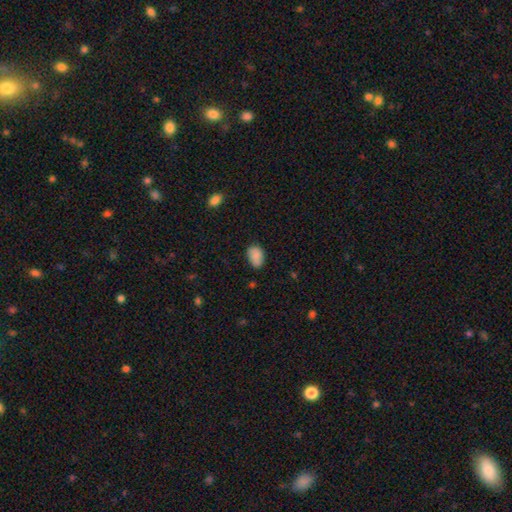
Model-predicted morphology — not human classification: smooth-or-featured: smooth: 86% | star or artifact: 8% | featured or disk: 6%
  how-rounded: in between: 87% | round: 12% | cigar-shaped: 1%
  merging: none: 74% | minor disturbance: 21% | major disturbance: 4% | merger: 2%